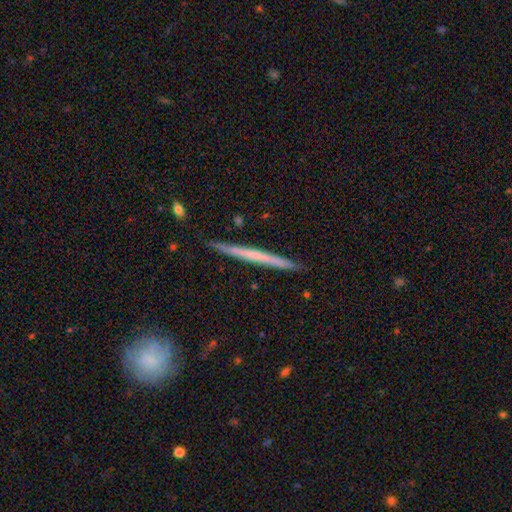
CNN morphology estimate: Q: Smooth or featured?
A: featured or disk (55%); runner-up: smooth (40%)
Q: Edge-on disk?
A: yes (97%); runner-up: no (3%)
Q: Edge-on bulge?
A: none (86%); runner-up: rounded (11%)
Q: Merging?
A: none (90%); runner-up: minor disturbance (7%)